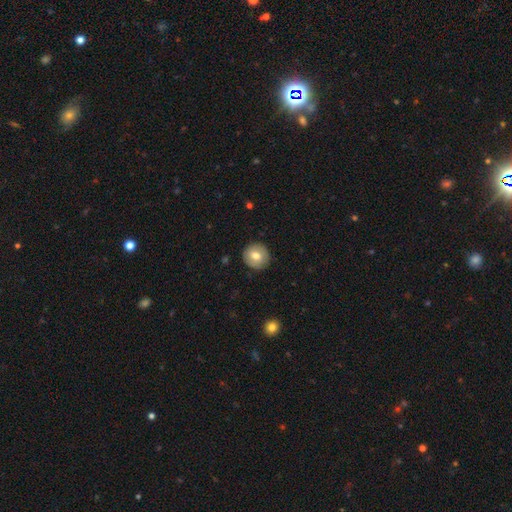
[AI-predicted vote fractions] smooth 68%, featured or disk 24%, star or artifact 8%. Down the decision tree: how rounded — round (91%); merging — none (88%).